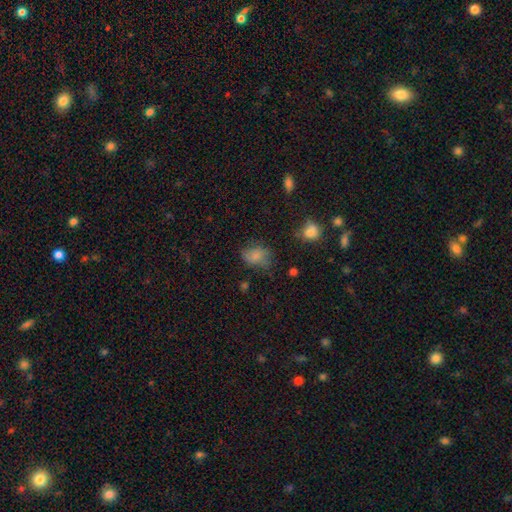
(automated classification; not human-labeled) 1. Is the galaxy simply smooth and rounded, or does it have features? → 76% smooth, 12% featured or disk, 12% star or artifact.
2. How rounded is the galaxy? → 69% in between, 29% round, 1% cigar-shaped.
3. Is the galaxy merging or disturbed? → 53% none, 29% minor disturbance, 15% major disturbance, 3% merger.